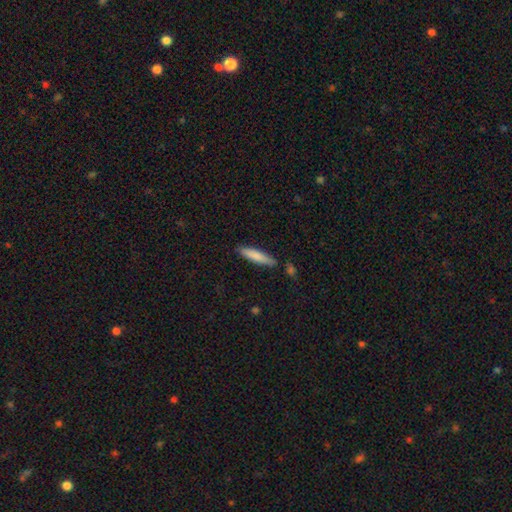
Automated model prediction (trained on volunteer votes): smooth-or-featured: smooth: 79% | featured or disk: 15% | star or artifact: 6%
  how-rounded: cigar-shaped: 83% | in between: 16% | round: 1%
  merging: none: 83% | minor disturbance: 12% | merger: 3% | major disturbance: 2%